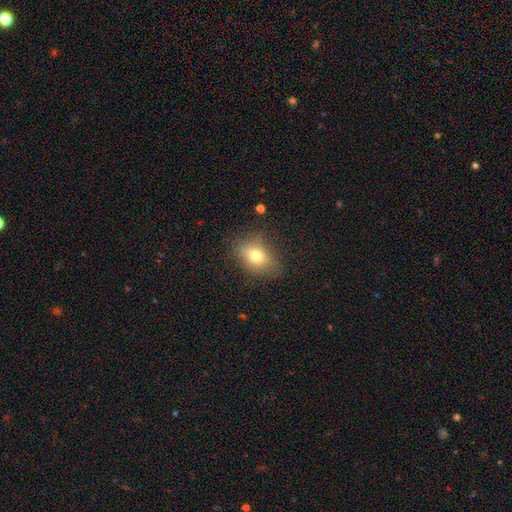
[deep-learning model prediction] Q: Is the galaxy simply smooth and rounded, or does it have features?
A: smooth — 73%.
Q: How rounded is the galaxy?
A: in between — 70%.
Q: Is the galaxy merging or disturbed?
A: none — 75%.